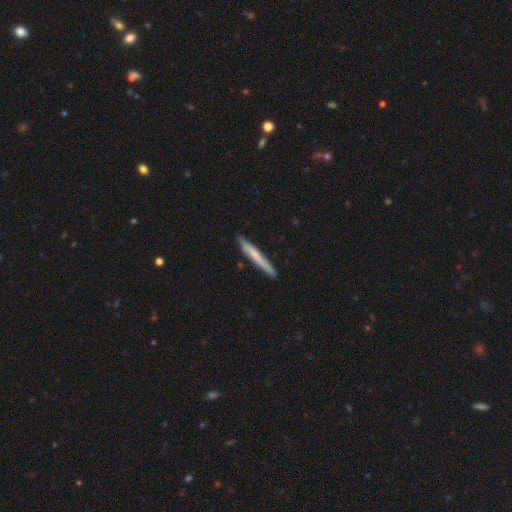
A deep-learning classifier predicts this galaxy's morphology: smooth 63%, featured or disk 32%, star or artifact 5%. Down the decision tree: how rounded — cigar-shaped (97%); merging — none (89%).